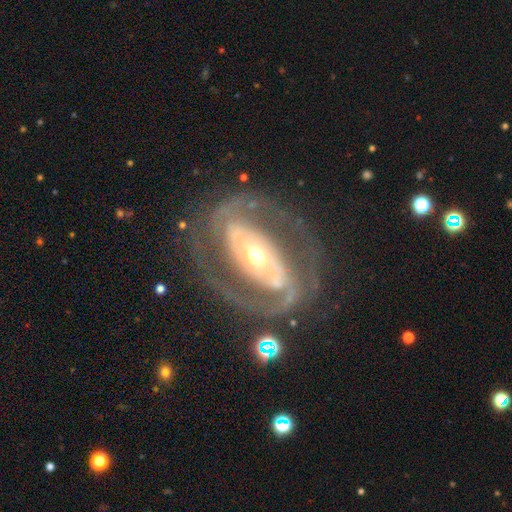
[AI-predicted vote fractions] Morphology: type=featured or disk (87%); edge-on=no (96%); bar=strong (37%); spiral arms=yes (87%); winding=medium (43%); arm count=2 (80%); bulge=moderate (61%); merging=none (72%).